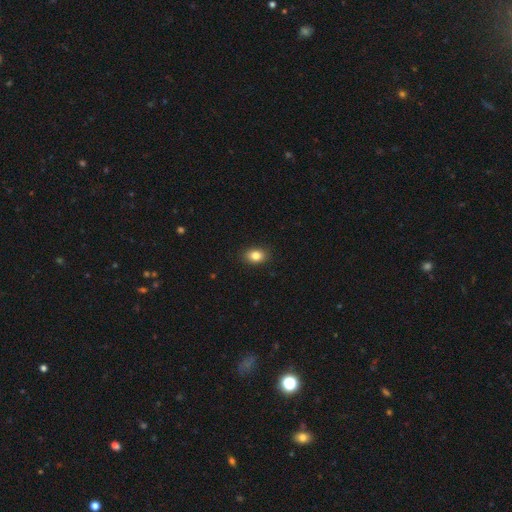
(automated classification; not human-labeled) Q: Smooth or featured?
A: smooth (84%); runner-up: star or artifact (9%)
Q: How rounded?
A: in between (73%); runner-up: round (26%)
Q: Merging?
A: none (90%); runner-up: minor disturbance (8%)